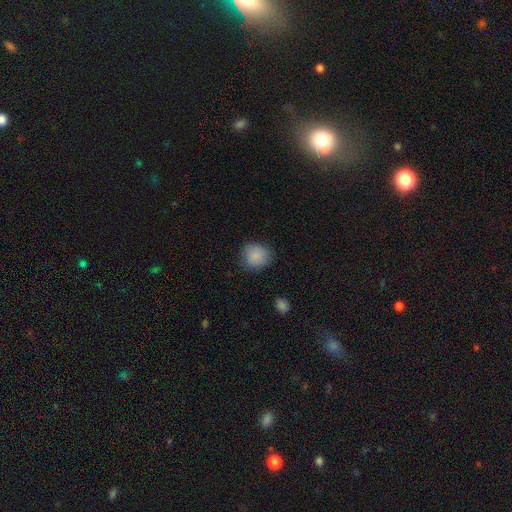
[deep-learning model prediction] Smooth or featured? smooth (87%)
How rounded? round (82%)
Merging? none (78%)